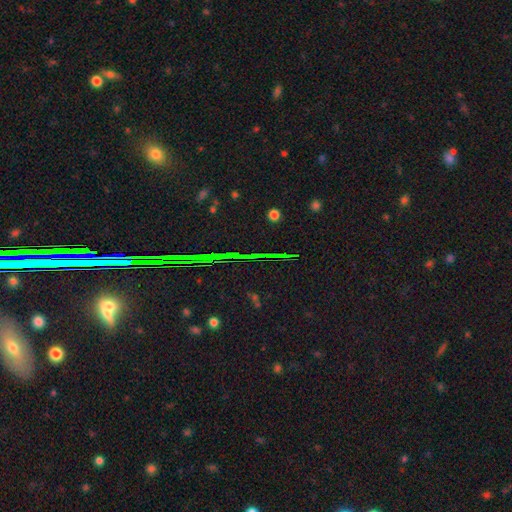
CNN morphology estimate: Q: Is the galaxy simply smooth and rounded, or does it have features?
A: star or artifact — 76%.